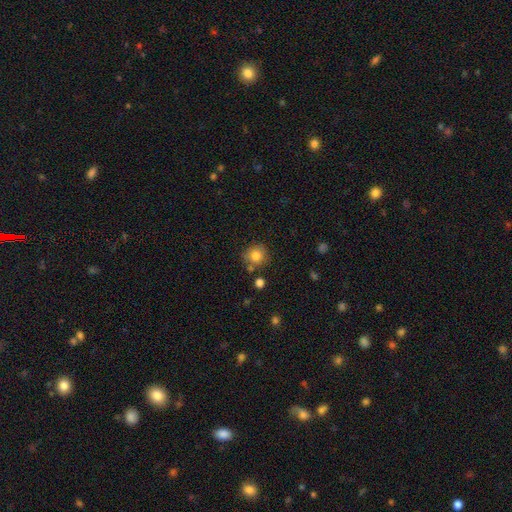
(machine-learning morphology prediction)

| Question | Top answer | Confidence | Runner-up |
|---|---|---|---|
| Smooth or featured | smooth | 82% | star or artifact (10%) |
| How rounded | round | 87% | in between (12%) |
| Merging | none | 73% | minor disturbance (14%) |